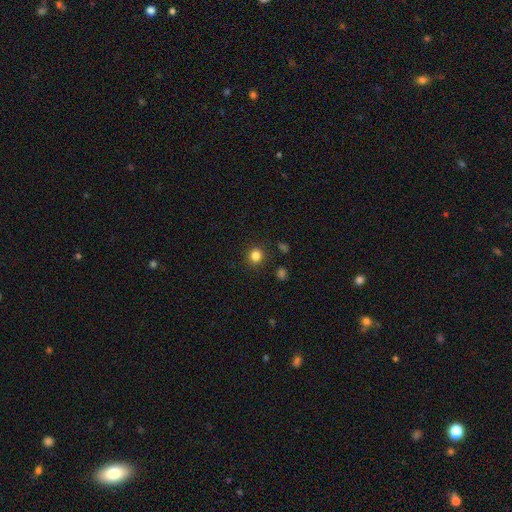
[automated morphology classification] type=smooth (82%); roundness=round (89%); merging=none (90%).